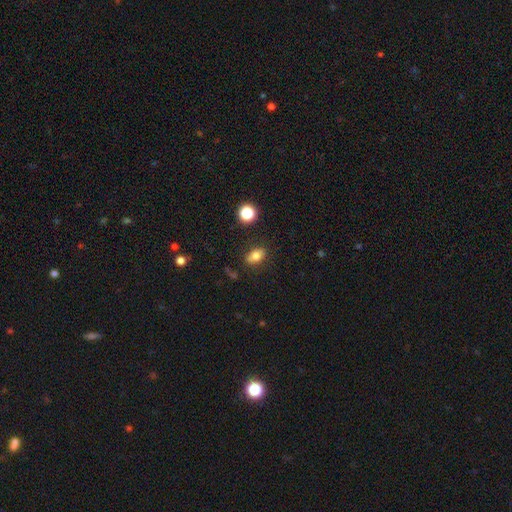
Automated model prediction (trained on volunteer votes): This is likely a smooth galaxy (79%). How rounded: likely in between (78%). Merging: likely none (78%).